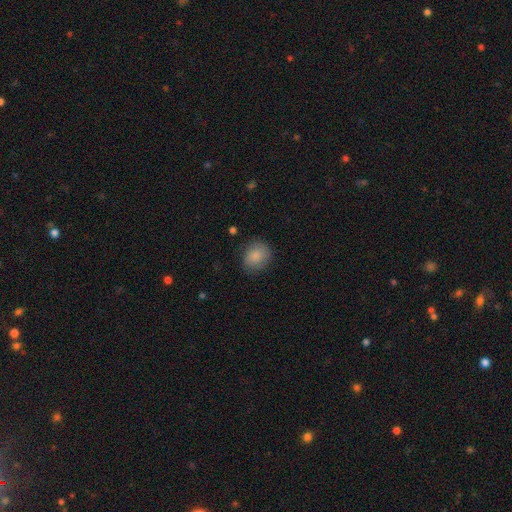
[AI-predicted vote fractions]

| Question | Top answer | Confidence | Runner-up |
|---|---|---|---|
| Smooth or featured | smooth | 83% | featured or disk (9%) |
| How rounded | round | 67% | in between (32%) |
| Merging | none | 77% | minor disturbance (17%) |